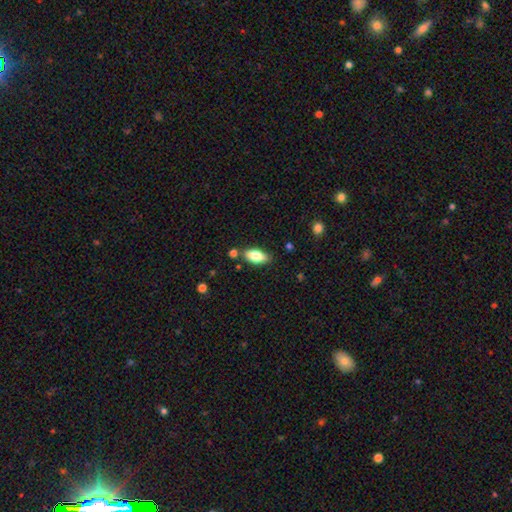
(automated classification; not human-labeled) Q: Smooth or featured?
A: smooth (80%); runner-up: featured or disk (13%)
Q: How rounded?
A: in between (87%); runner-up: cigar-shaped (10%)
Q: Merging?
A: none (79%); runner-up: minor disturbance (13%)